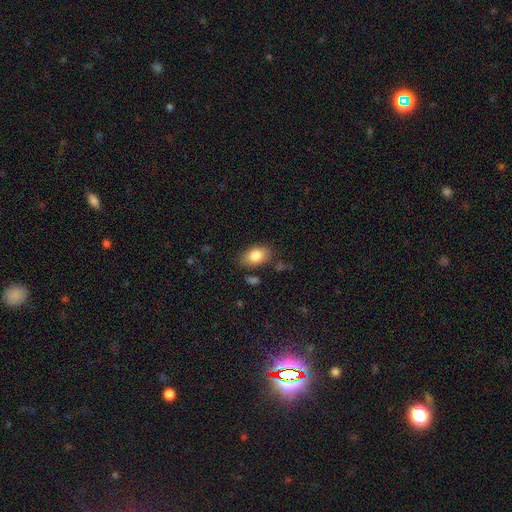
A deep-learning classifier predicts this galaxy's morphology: A smooth galaxy with no disk features (82%) that is in between round and cigar-shaped (88%). Merging: none (79%).